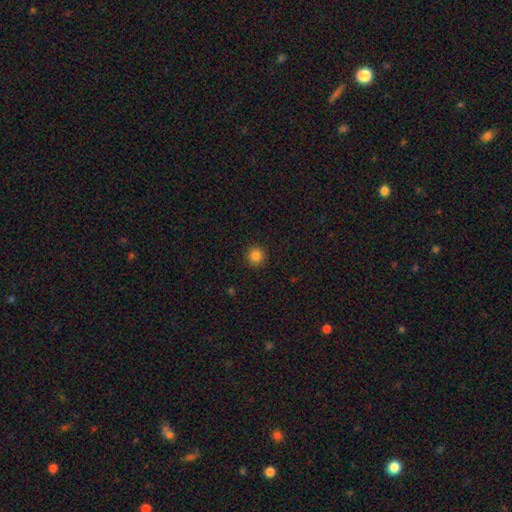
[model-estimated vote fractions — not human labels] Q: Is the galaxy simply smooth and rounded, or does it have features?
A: smooth — 84%.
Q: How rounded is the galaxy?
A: round — 95%.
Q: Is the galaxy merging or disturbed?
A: none — 93%.